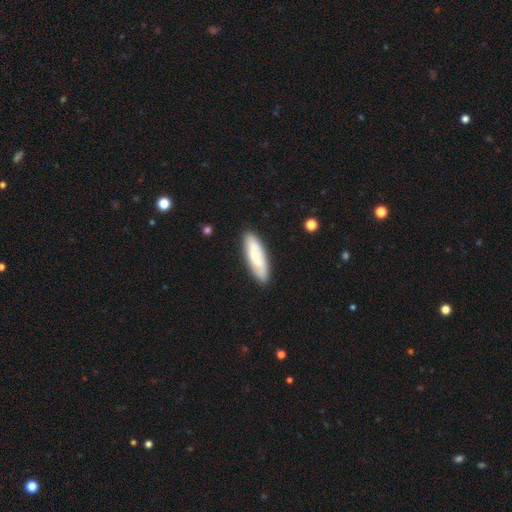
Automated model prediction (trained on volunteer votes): A smooth galaxy with no disk features (51%) that is in between round and cigar-shaped (50%).

Vote fractions:
- Smooth or featured? smooth: 51% / featured or disk: 44% / star or artifact: 5%
- How rounded? in between: 50% / cigar-shaped: 47% / round: 2%
- Merging? none: 86% / minor disturbance: 10% / major disturbance: 2% / merger: 2%